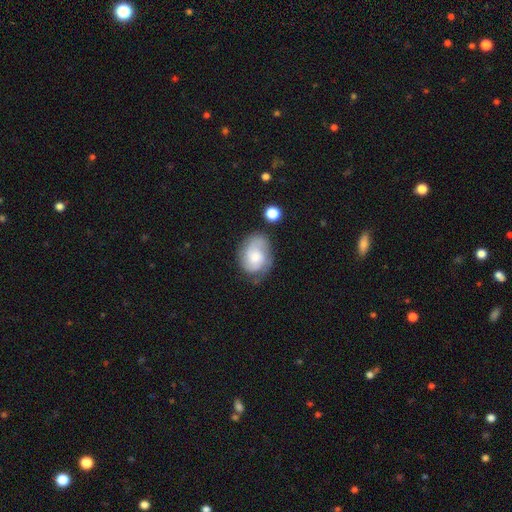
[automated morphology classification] This appears to be a featured or disk galaxy (53%) with no bar (71%), spiral arms (86%) and a moderate central bulge (42%). Merging: none (56%).